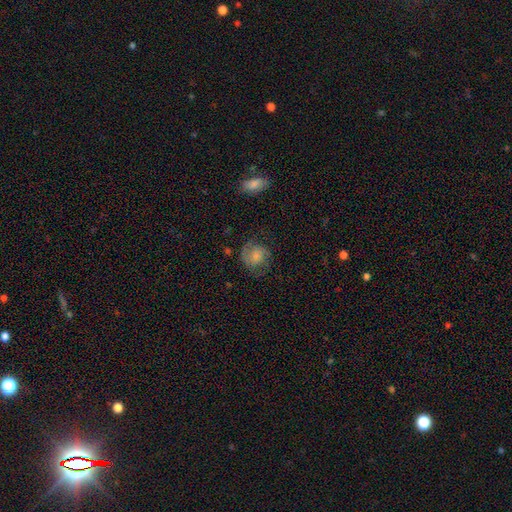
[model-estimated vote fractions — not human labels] A featured or disk galaxy (49%).

Vote fractions:
- Smooth or featured? featured or disk: 49% / smooth: 43% / star or artifact: 9%
- Merging? none: 63% / minor disturbance: 21% / major disturbance: 14% / merger: 2%